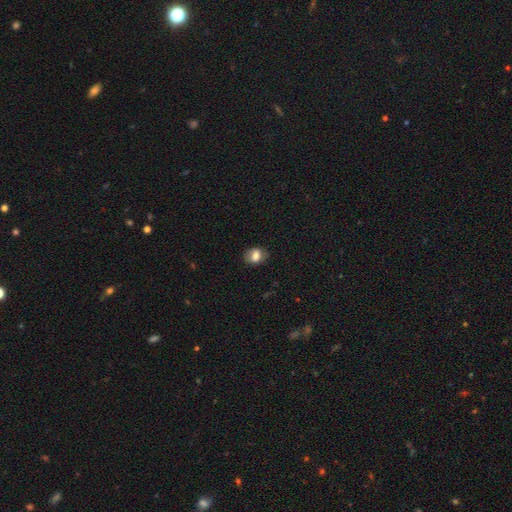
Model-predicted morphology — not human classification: A smooth galaxy with no disk features (71%) that is in between round and cigar-shaped (68%).

Vote fractions:
- Smooth or featured? smooth: 71% / featured or disk: 20% / star or artifact: 9%
- How rounded? in between: 68% / round: 30% / cigar-shaped: 1%
- Merging? none: 79% / minor disturbance: 15% / major disturbance: 4% / merger: 1%